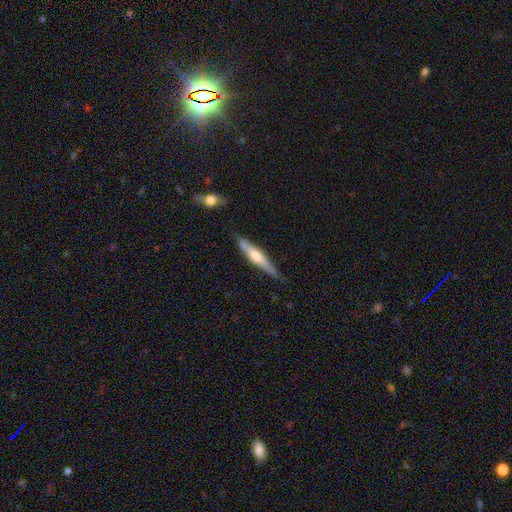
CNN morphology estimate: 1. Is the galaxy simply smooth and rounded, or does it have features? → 57% featured or disk, 38% smooth, 6% star or artifact.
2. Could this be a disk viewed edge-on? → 94% yes, 6% no.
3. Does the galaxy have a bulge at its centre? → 74% rounded, 14% boxy, 12% none.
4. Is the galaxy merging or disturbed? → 76% none, 18% minor disturbance, 3% merger, 3% major disturbance.